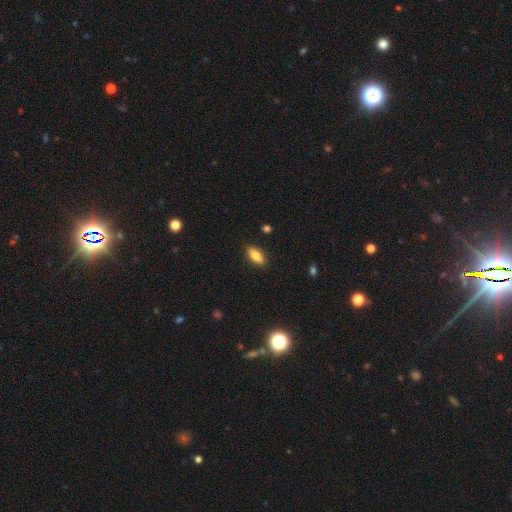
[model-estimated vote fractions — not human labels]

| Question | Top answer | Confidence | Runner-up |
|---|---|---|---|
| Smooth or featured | smooth | 81% | featured or disk (11%) |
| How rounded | in between | 86% | cigar-shaped (11%) |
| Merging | none | 88% | minor disturbance (9%) |